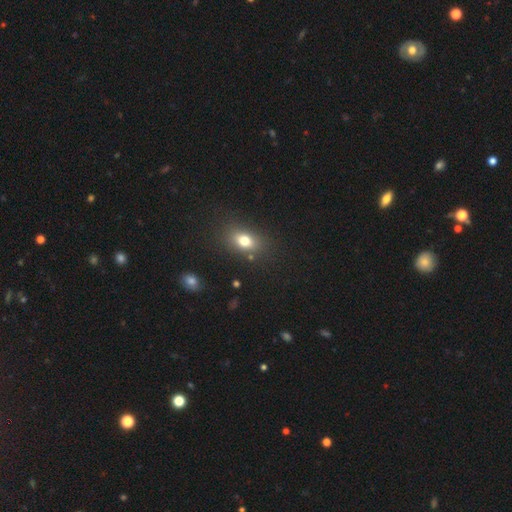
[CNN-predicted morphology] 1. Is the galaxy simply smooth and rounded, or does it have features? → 59% smooth, 32% star or artifact, 9% featured or disk.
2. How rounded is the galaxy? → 56% in between, 42% round, 2% cigar-shaped.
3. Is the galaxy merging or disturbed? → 88% none, 7% minor disturbance, 3% major disturbance, 2% merger.